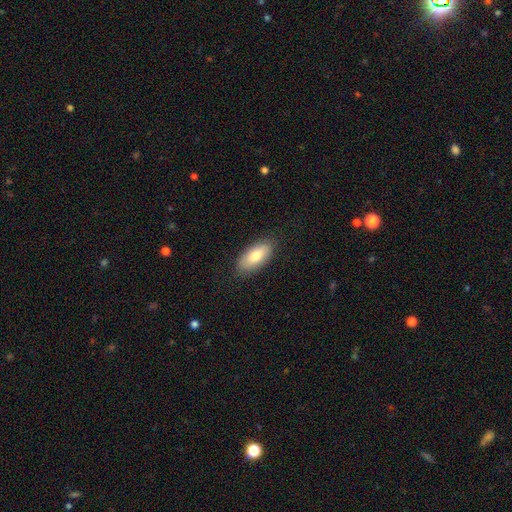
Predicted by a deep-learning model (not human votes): A smooth galaxy with no disk features (78%) that is in between round and cigar-shaped (89%). Merging: none (85%).